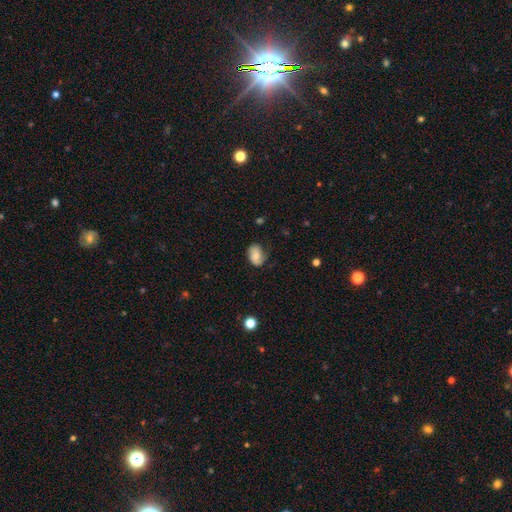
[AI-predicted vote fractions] This appears to be a smooth galaxy with no disk features (60%) that is in between round and cigar-shaped (77%). Merging: none (58%).